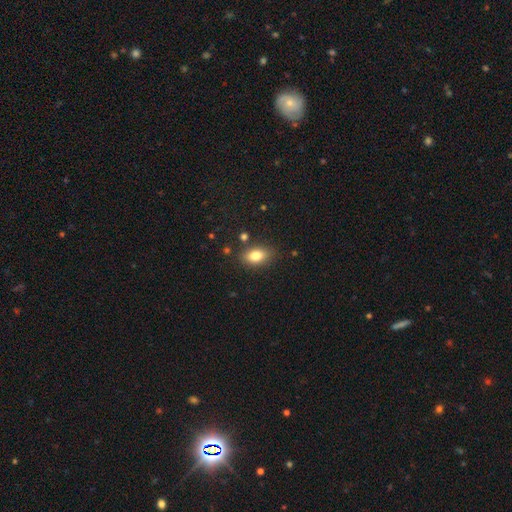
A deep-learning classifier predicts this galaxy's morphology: A smooth galaxy with no disk features (81%) that is in between round and cigar-shaped (85%).

Vote fractions:
- Smooth or featured? smooth: 81% / featured or disk: 10% / star or artifact: 9%
- How rounded? in between: 85% / round: 12% / cigar-shaped: 3%
- Merging? none: 82% / minor disturbance: 12% / merger: 4% / major disturbance: 3%